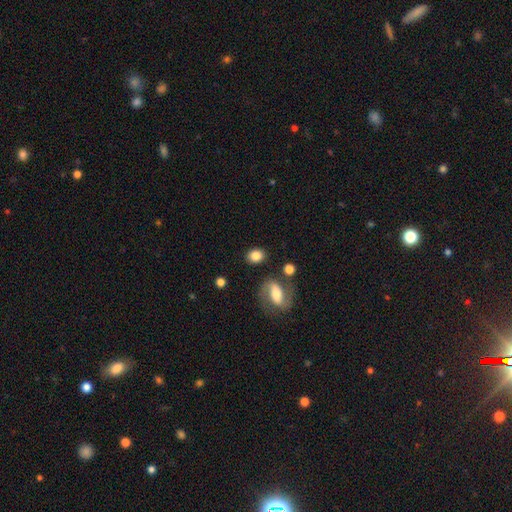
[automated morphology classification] The model was most divided on "how rounded": in between: 57%, round: 41%, cigar-shaped: 2%. More confident: smooth or featured — smooth (81%); merging — none (81%).